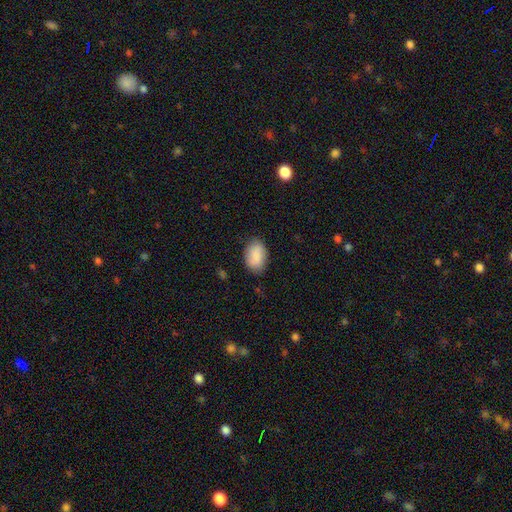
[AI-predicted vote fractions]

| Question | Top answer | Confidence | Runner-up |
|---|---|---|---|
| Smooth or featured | smooth | 88% | star or artifact (6%) |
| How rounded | in between | 89% | round (10%) |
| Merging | none | 81% | minor disturbance (15%) |